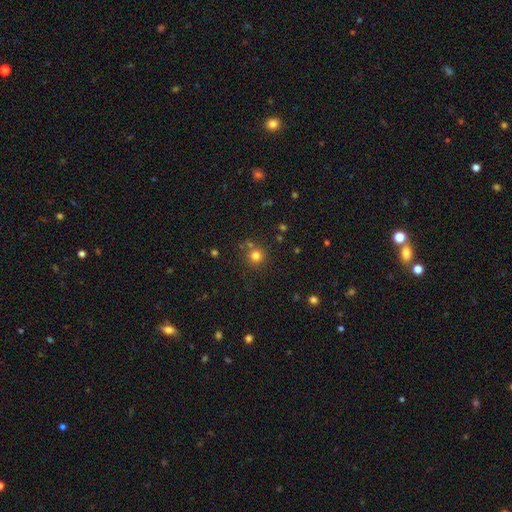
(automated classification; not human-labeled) The model was most divided on "smooth or featured": smooth: 77%, star or artifact: 16%, featured or disk: 7%. More confident: how rounded — round (93%); merging — none (75%).